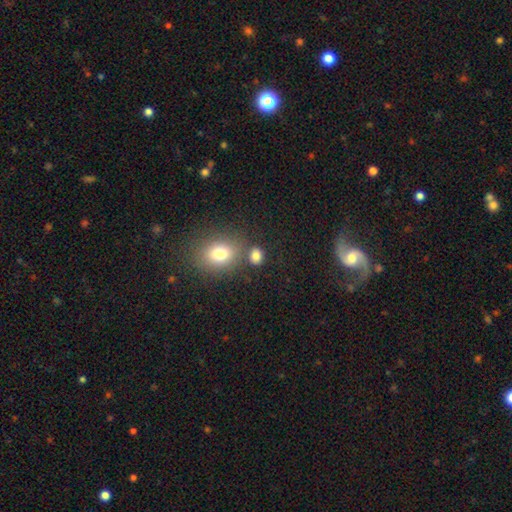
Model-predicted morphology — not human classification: The model was most divided on "how rounded": round: 51%, in between: 48%, cigar-shaped: 1%. More confident: smooth or featured — smooth (81%); merging — none (68%).